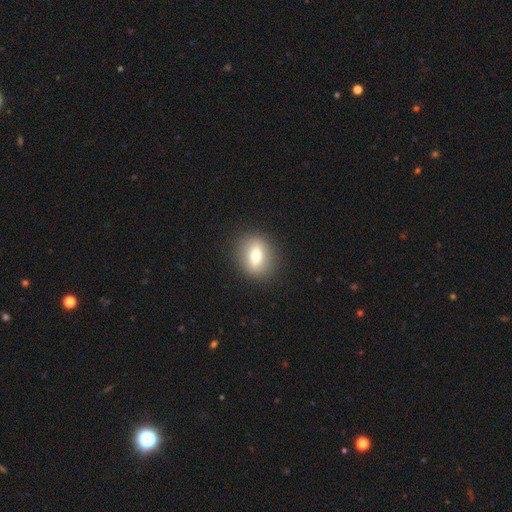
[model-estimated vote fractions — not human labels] smooth_or_featured: smooth (p=0.71) [alt: featured or disk p=0.19]
how_rounded: in between (p=0.51) [alt: round p=0.46]
merging: none (p=0.89) [alt: minor disturbance p=0.07]